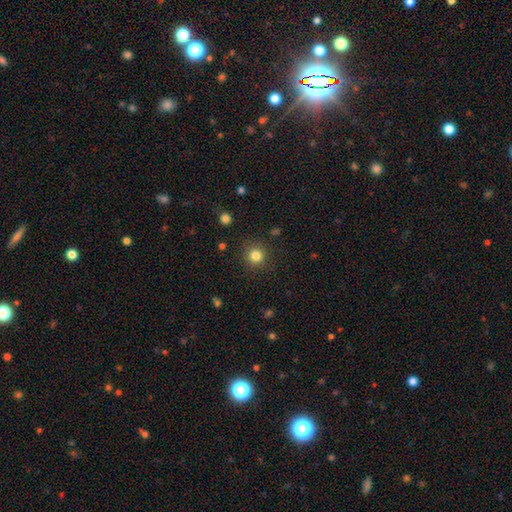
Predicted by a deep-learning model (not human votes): A smooth galaxy with no disk features (83%) that is round (94%). Merging: none (89%).